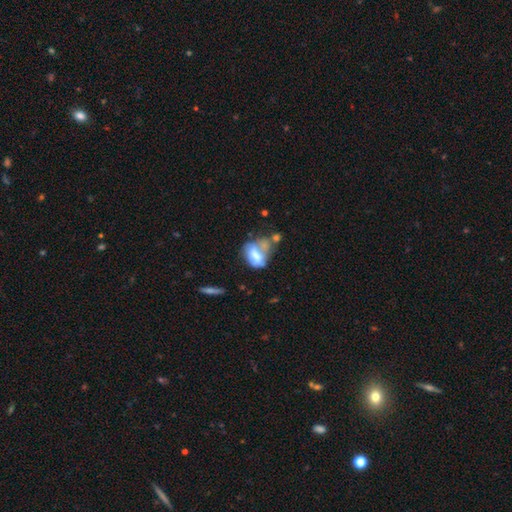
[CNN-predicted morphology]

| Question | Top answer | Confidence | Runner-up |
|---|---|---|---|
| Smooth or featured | smooth | 55% | featured or disk (36%) |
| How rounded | in between | 76% | round (21%) |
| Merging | merger | 33% | major disturbance (25%) |